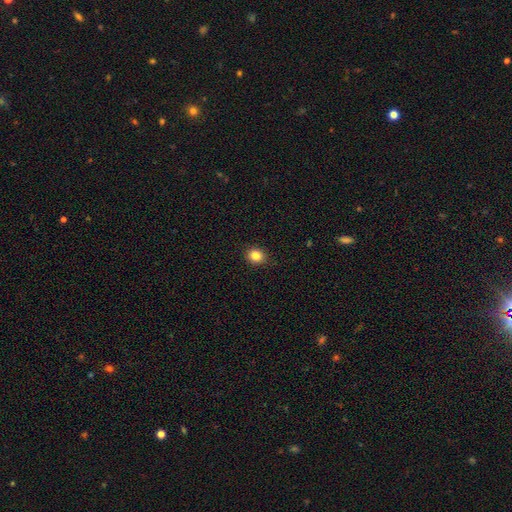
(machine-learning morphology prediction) smooth 84%, star or artifact 11%, featured or disk 5%. Down the decision tree: how rounded — round (73%); merging — none (90%).